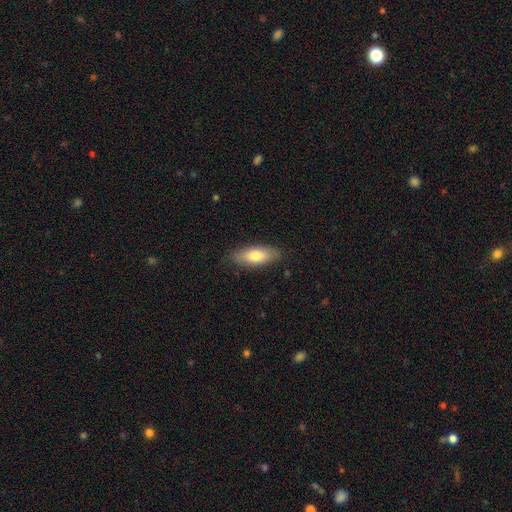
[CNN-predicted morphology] Q: Smooth or featured?
A: smooth (74%); runner-up: featured or disk (20%)
Q: How rounded?
A: in between (73%); runner-up: cigar-shaped (24%)
Q: Merging?
A: none (84%); runner-up: minor disturbance (12%)